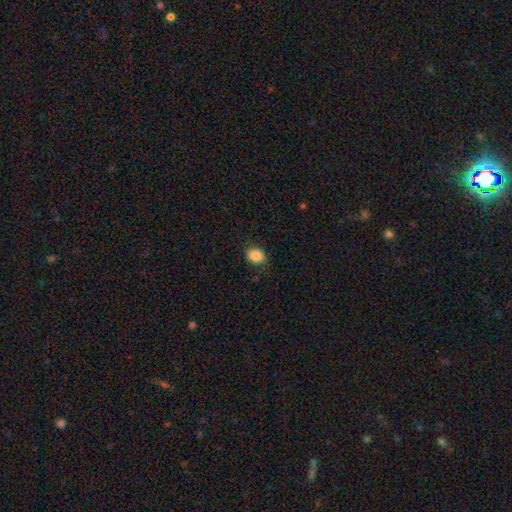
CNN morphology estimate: type=smooth (87%); roundness=in between (53%); merging=none (84%).